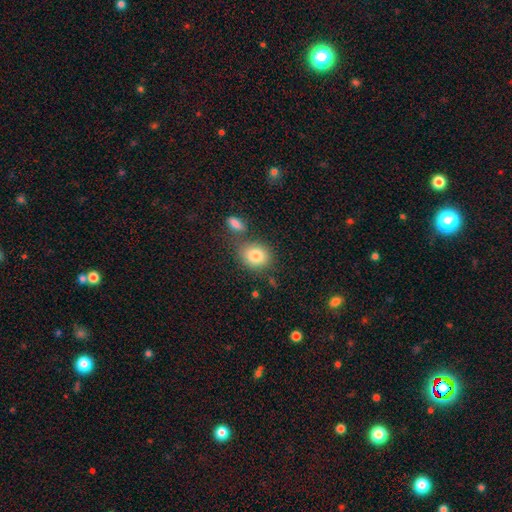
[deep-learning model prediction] smooth-or-featured: smooth: 83% | star or artifact: 9% | featured or disk: 8%
  how-rounded: round: 61% | in between: 38% | cigar-shaped: 1%
  merging: none: 64% | merger: 19% | minor disturbance: 13% | major disturbance: 5%